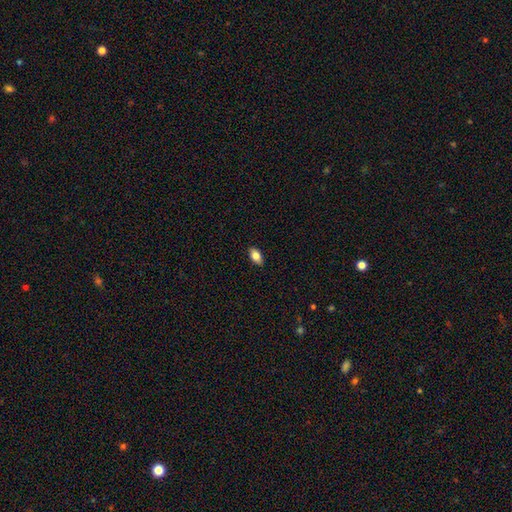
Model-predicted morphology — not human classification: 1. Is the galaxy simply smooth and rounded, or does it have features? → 80% smooth, 12% featured or disk, 8% star or artifact.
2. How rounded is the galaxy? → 88% in between, 7% round, 4% cigar-shaped.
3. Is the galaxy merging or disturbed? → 87% none, 10% minor disturbance, 2% major disturbance, 1% merger.